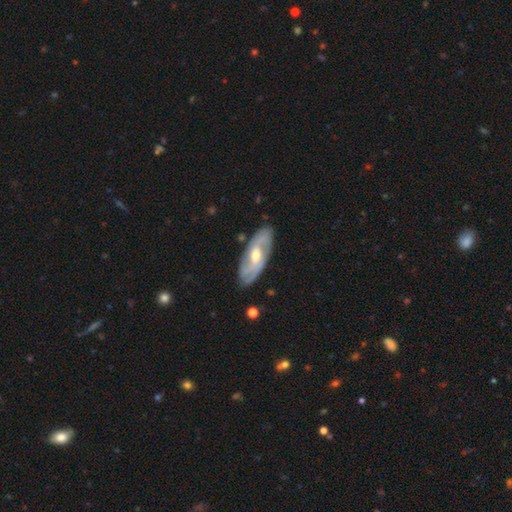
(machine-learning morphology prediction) Q: Smooth or featured?
A: featured or disk (76%); runner-up: smooth (19%)
Q: Edge-on disk?
A: no (86%); runner-up: yes (14%)
Q: Bar?
A: no (50%); runner-up: weak (39%)
Q: Spiral arms?
A: yes (88%); runner-up: no (12%)
Q: Spiral winding?
A: tight (42%); runner-up: medium (40%)
Q: Spiral arm count?
A: 2 (51%); runner-up: can't tell (27%)
Q: Bulge size?
A: moderate (71%); runner-up: small (22%)
Q: Merging?
A: none (83%); runner-up: minor disturbance (13%)